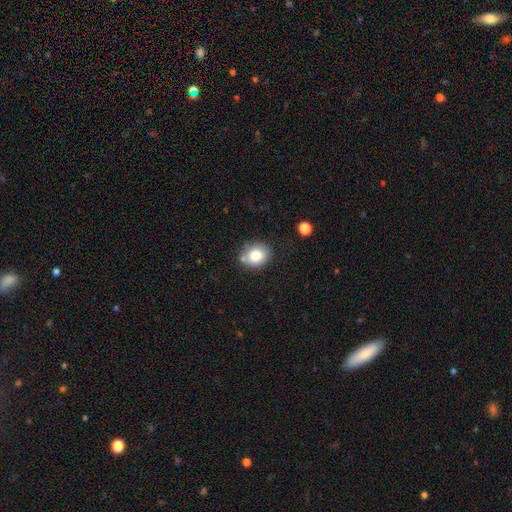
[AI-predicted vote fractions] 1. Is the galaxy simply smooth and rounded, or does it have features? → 79% smooth, 11% featured or disk, 10% star or artifact.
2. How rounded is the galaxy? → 64% round, 36% in between, 1% cigar-shaped.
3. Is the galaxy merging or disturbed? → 72% none, 16% minor disturbance, 9% merger, 4% major disturbance.